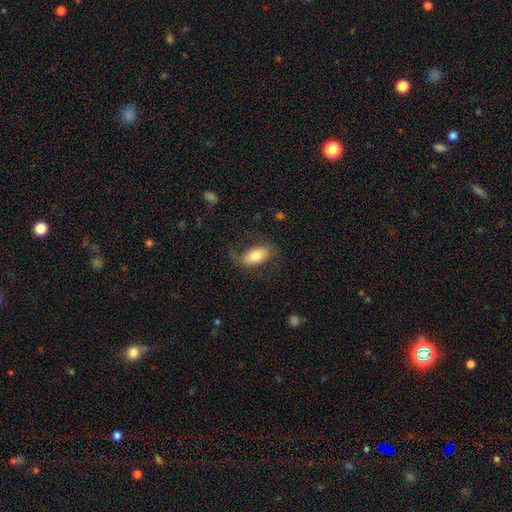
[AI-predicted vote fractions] smooth_or_featured: smooth (p=0.68) [alt: featured or disk p=0.26]
how_rounded: in between (p=0.91) [alt: cigar-shaped p=0.05]
merging: none (p=0.64) [alt: minor disturbance p=0.19]